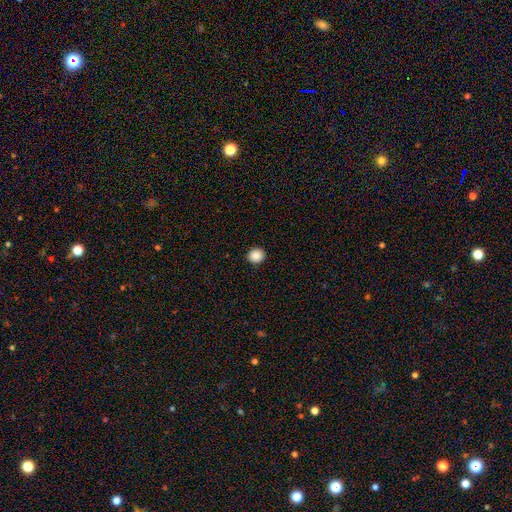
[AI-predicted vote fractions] Smooth or featured? smooth (89%)
How rounded? round (91%)
Merging? none (93%)